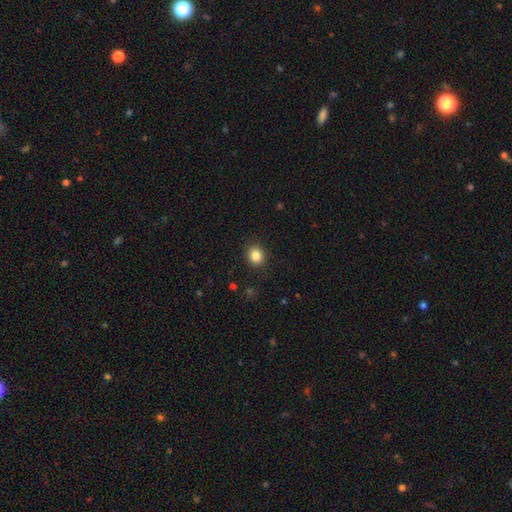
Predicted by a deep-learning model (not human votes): This appears to be a smooth galaxy with no disk features (85%) that is round (76%). Merging: none (90%).